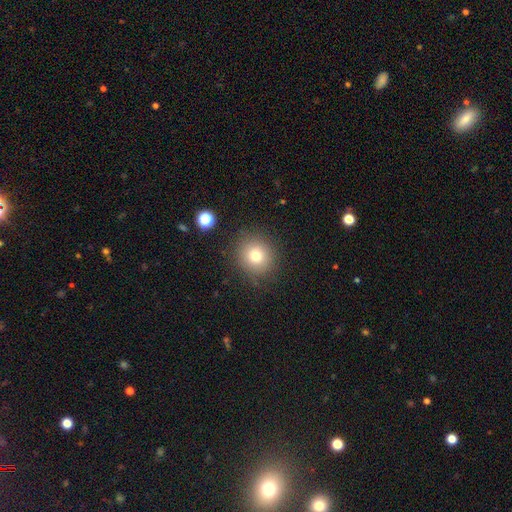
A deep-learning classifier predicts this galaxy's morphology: Q: Smooth or featured?
A: smooth (75%); runner-up: star or artifact (14%)
Q: How rounded?
A: round (88%); runner-up: in between (11%)
Q: Merging?
A: none (86%); runner-up: minor disturbance (9%)